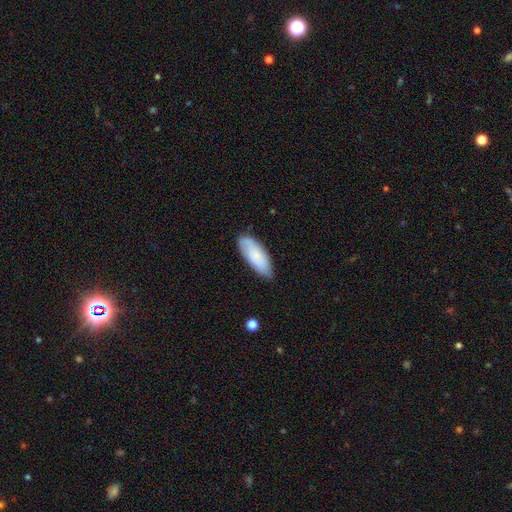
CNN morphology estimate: smooth 69%, featured or disk 25%, star or artifact 6%. Down the decision tree: how rounded — in between (78%); merging — none (74%).